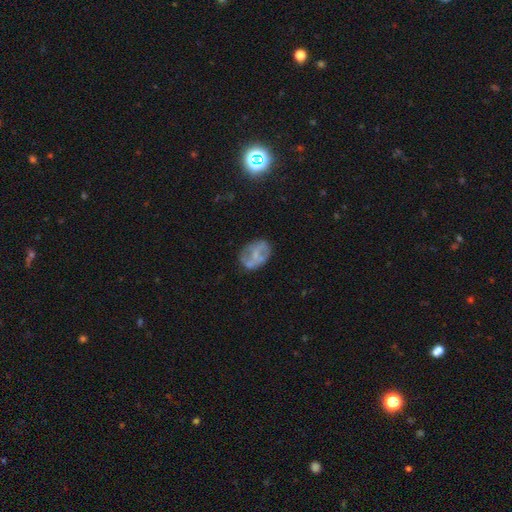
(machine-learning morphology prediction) Overall: featured or disk (55%; smooth 36%). Edge-on disk: no (96%). Bar: no (58%; weak 29%). Spiral arms: no (63%; yes 37%). Bulge size: small (42%; none 36%). Merging: none (62%; minor disturbance 22%).